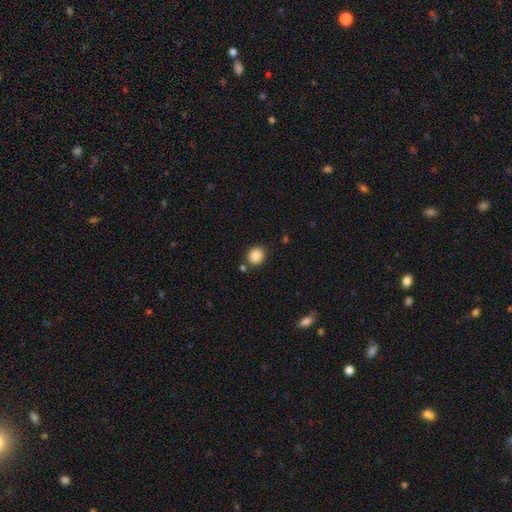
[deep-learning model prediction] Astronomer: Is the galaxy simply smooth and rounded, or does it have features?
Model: smooth — 87%.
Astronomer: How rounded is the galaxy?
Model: round — 73%.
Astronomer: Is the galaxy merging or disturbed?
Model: none — 80%.